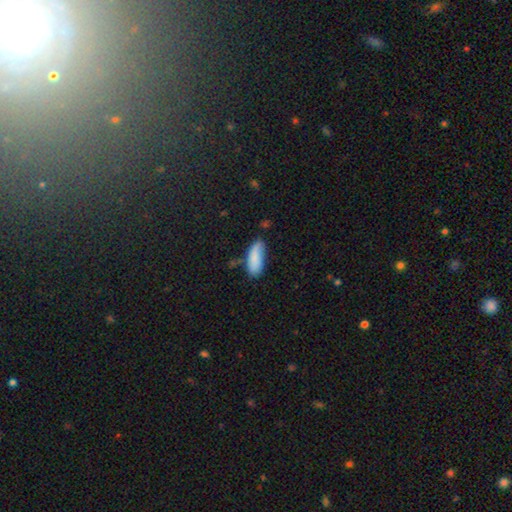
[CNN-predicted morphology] smooth-or-featured: smooth: 84% | featured or disk: 10% | star or artifact: 6%
  how-rounded: in between: 72% | cigar-shaped: 26% | round: 2%
  merging: none: 59% | minor disturbance: 29% | major disturbance: 7% | merger: 5%